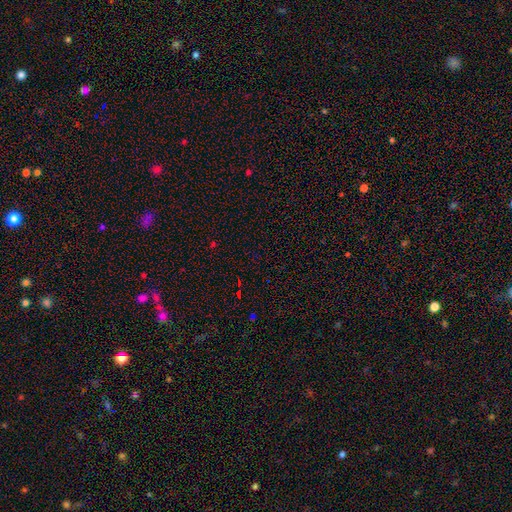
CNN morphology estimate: Smooth or featured: star or artifact — 70% (smooth — 23%)